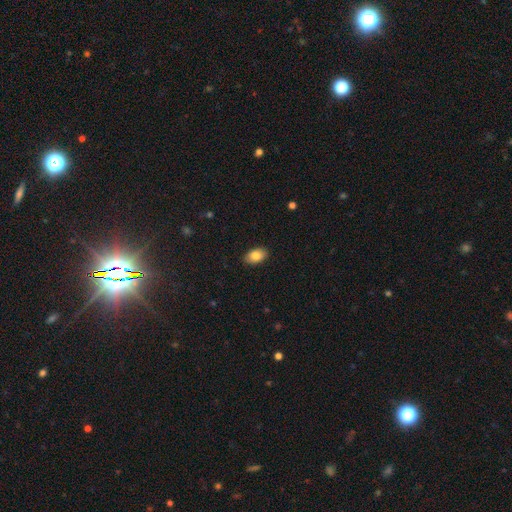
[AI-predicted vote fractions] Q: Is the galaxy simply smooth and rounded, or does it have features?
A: smooth — 84%.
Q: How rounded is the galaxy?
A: in between — 92%.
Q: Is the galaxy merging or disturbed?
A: none — 89%.